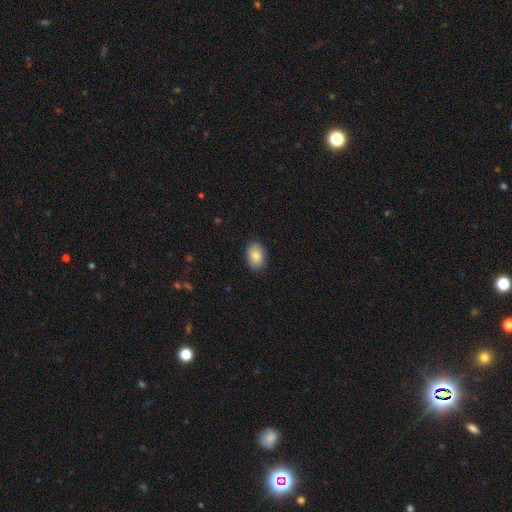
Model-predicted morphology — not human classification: type=smooth (86%); roundness=in between (87%); merging=none (87%).